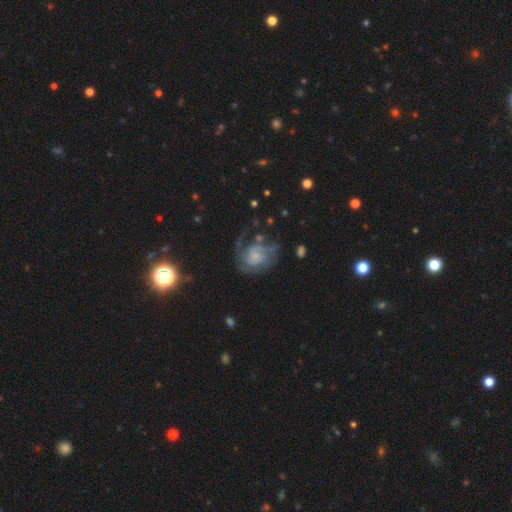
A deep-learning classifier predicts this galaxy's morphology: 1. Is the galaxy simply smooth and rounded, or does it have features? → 74% featured or disk, 18% smooth, 8% star or artifact.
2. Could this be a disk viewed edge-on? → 98% no, 2% yes.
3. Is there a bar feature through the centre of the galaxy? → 70% no, 26% weak, 4% strong.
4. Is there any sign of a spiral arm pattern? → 90% yes, 10% no.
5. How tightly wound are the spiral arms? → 40% medium, 38% tight, 22% loose.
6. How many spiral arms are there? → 37% 2, 26% can't tell, 14% 3, 13% 1, 5% 4, 4% more than 4.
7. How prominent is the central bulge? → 52% small, 20% none, 20% moderate, 6% large, 2% dominant.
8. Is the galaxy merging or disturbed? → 46% none, 31% major disturbance, 20% minor disturbance, 4% merger.